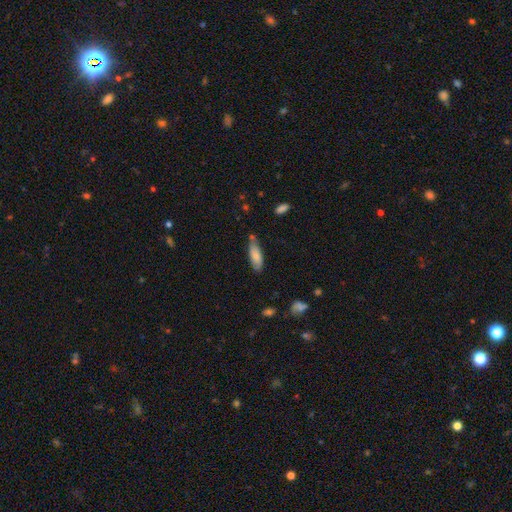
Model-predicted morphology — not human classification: Smooth or featured?
  - smooth: 78% *
  - featured or disk: 16%
  - star or artifact: 7%
How rounded?
  - in between: 60% *
  - cigar-shaped: 38%
  - round: 2%
Merging?
  - none: 64% *
  - minor disturbance: 24%
  - merger: 7%
  - major disturbance: 4%